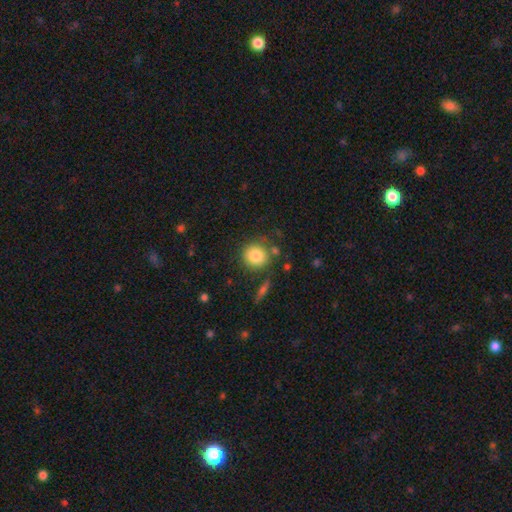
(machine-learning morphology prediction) Smooth or featured?
  - smooth: 84% *
  - star or artifact: 9%
  - featured or disk: 8%
How rounded?
  - round: 89% *
  - in between: 10%
  - cigar-shaped: 1%
Merging?
  - none: 79% *
  - minor disturbance: 11%
  - merger: 6%
  - major disturbance: 4%